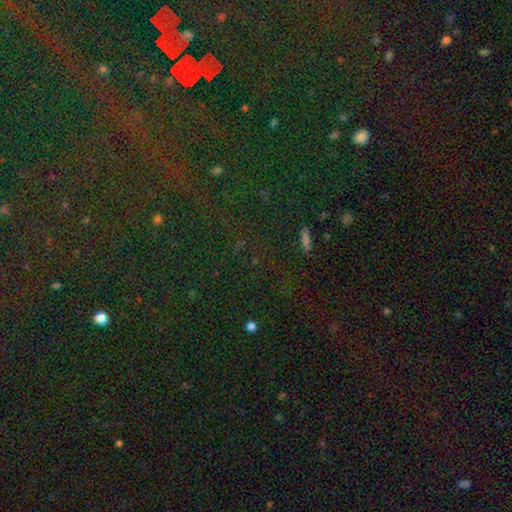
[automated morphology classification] star or artifact 81%, smooth 11%, featured or disk 8%.